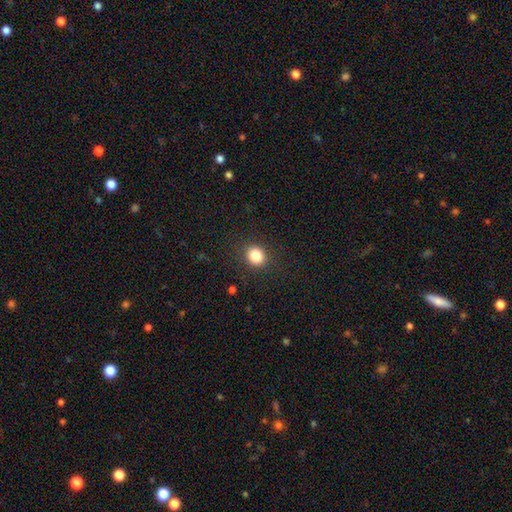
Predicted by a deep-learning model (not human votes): Smooth or featured: smooth — 84% (star or artifact — 11%)
How rounded: round — 74% (in between — 25%)
Merging: none — 89% (minor disturbance — 8%)